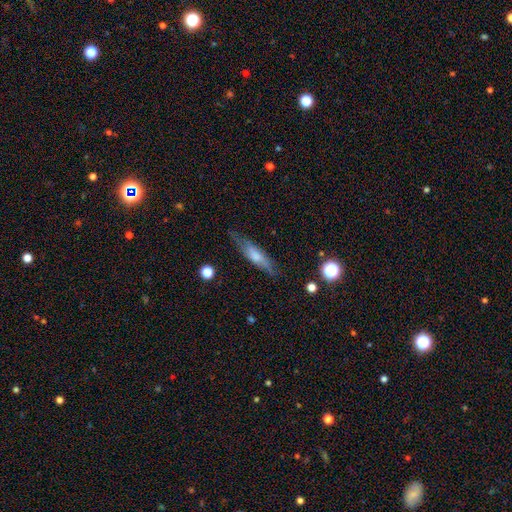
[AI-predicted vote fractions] Q: Smooth or featured?
A: smooth (56%); runner-up: featured or disk (37%)
Q: How rounded?
A: cigar-shaped (67%); runner-up: in between (31%)
Q: Merging?
A: none (69%); runner-up: minor disturbance (22%)